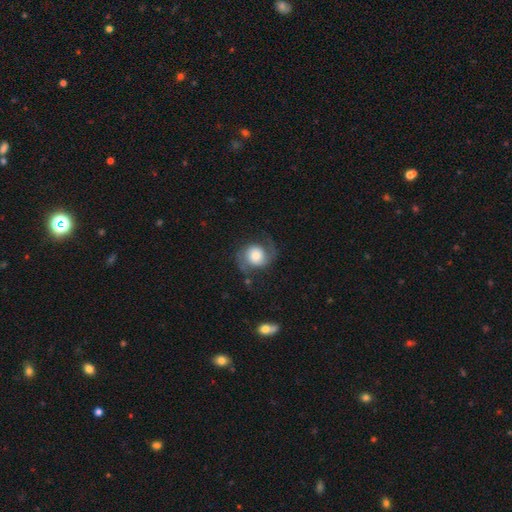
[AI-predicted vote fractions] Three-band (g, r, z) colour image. It shows a featured or disk galaxy (61%) with no bar (72%), 2 (85%) medium (42%) spiral arms (92%) and a large central bulge (39%). Merging: none (62%).